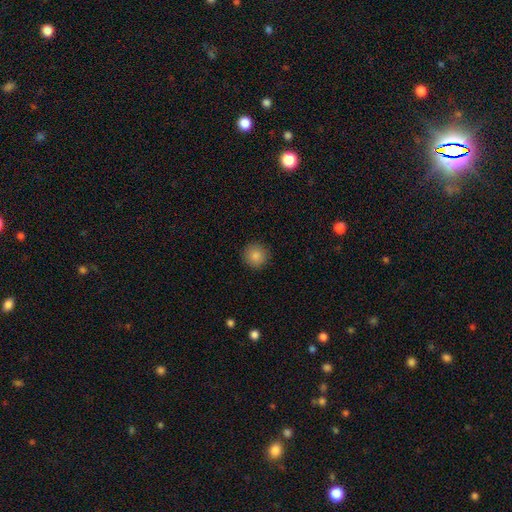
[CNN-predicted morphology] This is clearly a smooth galaxy (86%). How rounded: clearly round (94%). Merging: clearly none (91%).